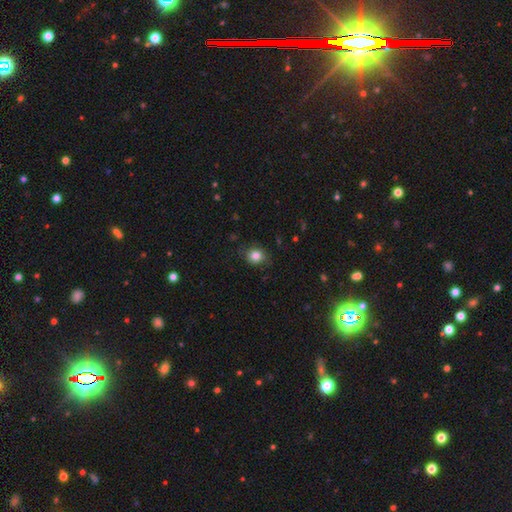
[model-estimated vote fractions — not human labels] smooth 82%, star or artifact 11%, featured or disk 7%. Down the decision tree: how rounded — round (72%); merging — none (81%).